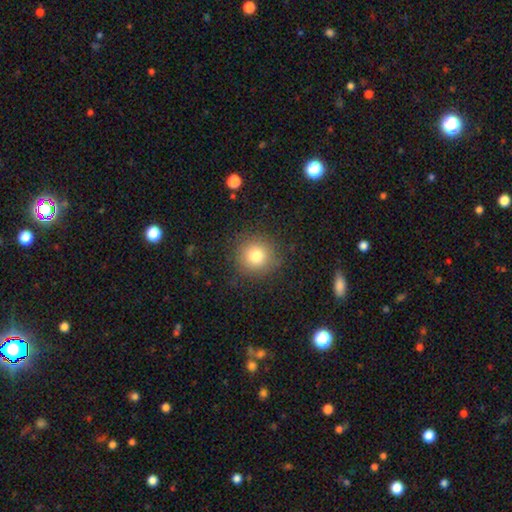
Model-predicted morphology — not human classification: This is likely a smooth galaxy (78%). How rounded: clearly round (93%). Merging: clearly none (86%).